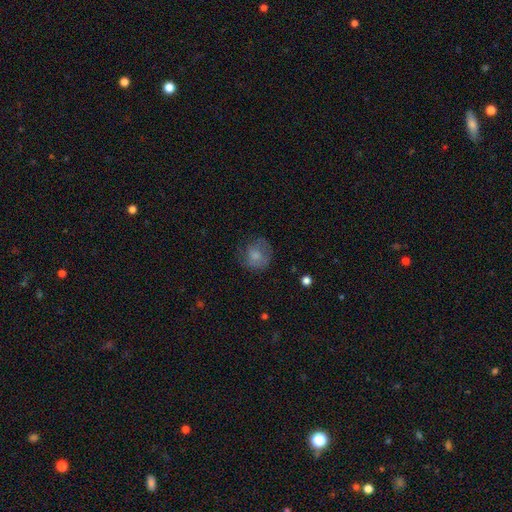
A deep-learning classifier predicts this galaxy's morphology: type=smooth (67%); roundness=round (79%); merging=none (59%).